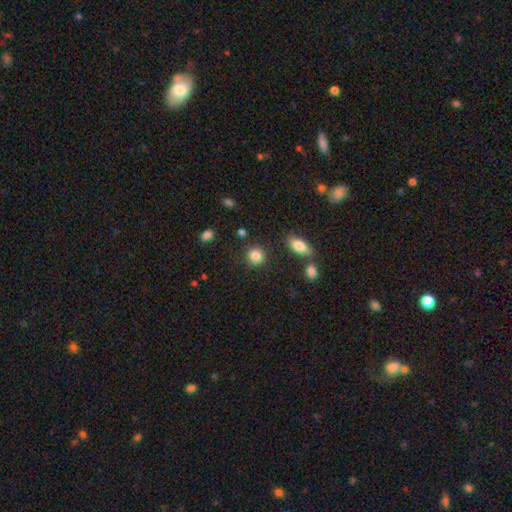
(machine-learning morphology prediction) The model was most divided on "how rounded": round: 87%, in between: 12%, cigar-shaped: 1%. More confident: merging — none (86%); smooth or featured — smooth (85%).